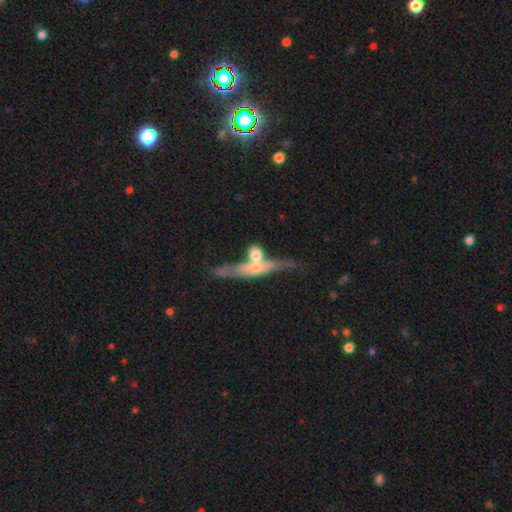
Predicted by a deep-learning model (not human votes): Smooth or featured? Predicted: featured or disk (p=0.49). Merging? Predicted: merger (p=0.45).